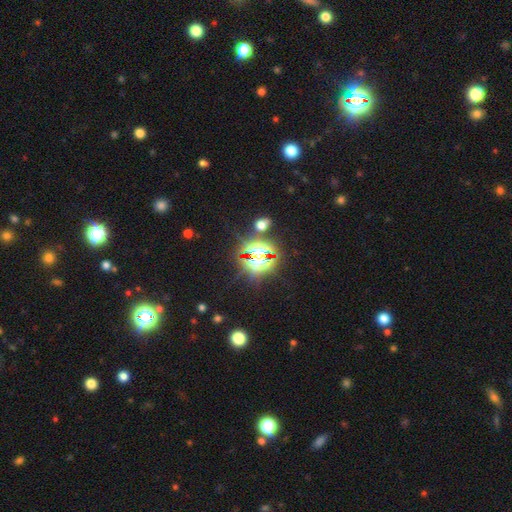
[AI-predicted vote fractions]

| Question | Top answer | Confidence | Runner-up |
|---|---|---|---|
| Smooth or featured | star or artifact | 79% | smooth (12%) |